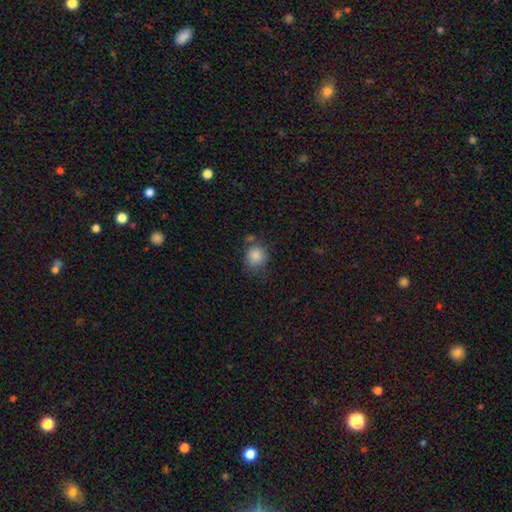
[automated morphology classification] smooth_or_featured: smooth (p=0.85) [alt: star or artifact p=0.09]
how_rounded: round (p=0.84) [alt: in between p=0.15]
merging: none (p=0.65) [alt: minor disturbance p=0.20]